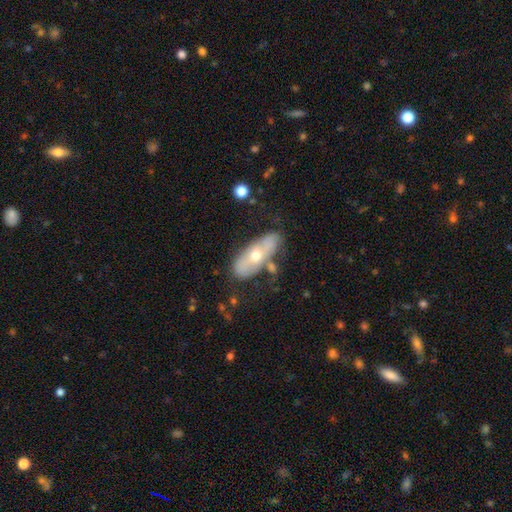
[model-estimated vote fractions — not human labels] This appears to be a featured or disk galaxy (51%). Merging: none (61%).